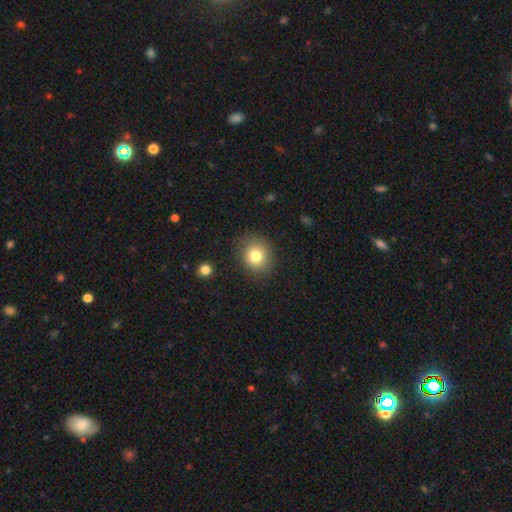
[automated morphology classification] smooth 79%, star or artifact 11%, featured or disk 10%. Down the decision tree: how rounded — round (72%); merging — none (85%).